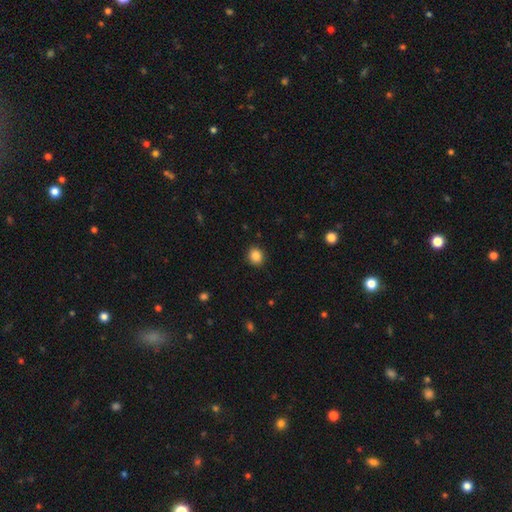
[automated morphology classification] A smooth galaxy with no disk features (86%) that is round (76%).

Vote fractions:
- Smooth or featured? smooth: 86% / star or artifact: 10% / featured or disk: 4%
- How rounded? round: 76% / in between: 23% / cigar-shaped: 1%
- Merging? none: 91% / minor disturbance: 6% / major disturbance: 2% / merger: 1%